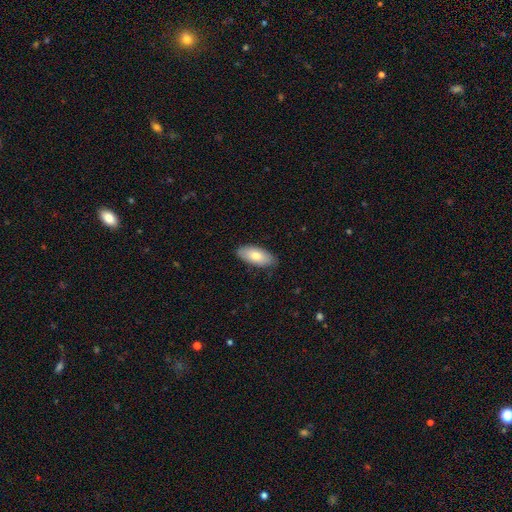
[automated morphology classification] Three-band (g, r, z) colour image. It shows a smooth galaxy with no disk features (77%) that is in between round and cigar-shaped (89%). Merging: none (86%).